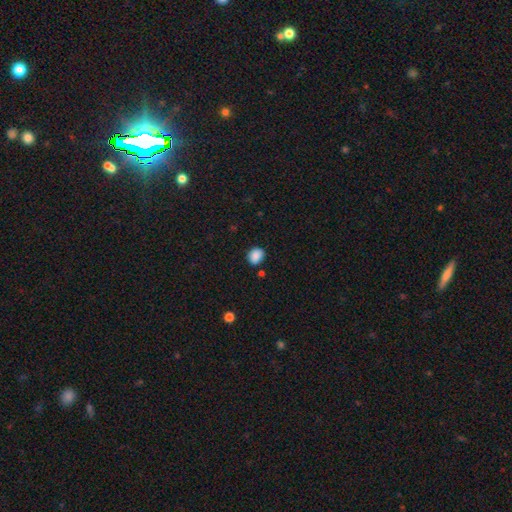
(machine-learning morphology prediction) A smooth galaxy with no disk features (87%) that is round (66%). Merging: none (82%).